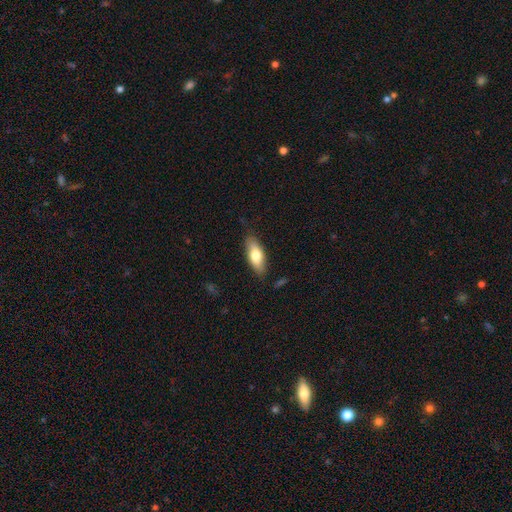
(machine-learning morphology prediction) Q: Smooth or featured?
A: smooth (72%); runner-up: featured or disk (22%)
Q: How rounded?
A: in between (74%); runner-up: cigar-shaped (24%)
Q: Merging?
A: none (81%); runner-up: minor disturbance (15%)